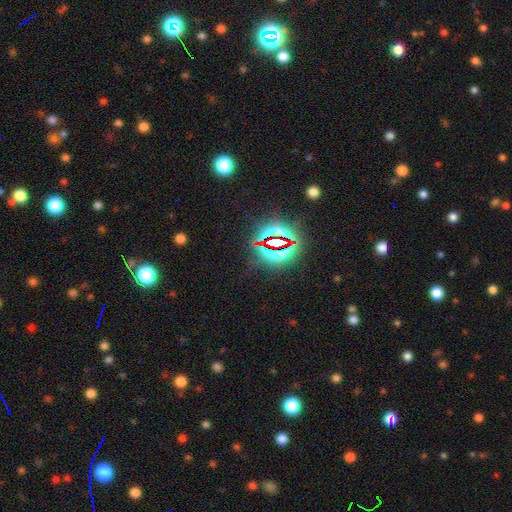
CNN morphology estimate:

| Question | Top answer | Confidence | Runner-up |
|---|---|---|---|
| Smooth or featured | star or artifact | 80% | smooth (12%) |